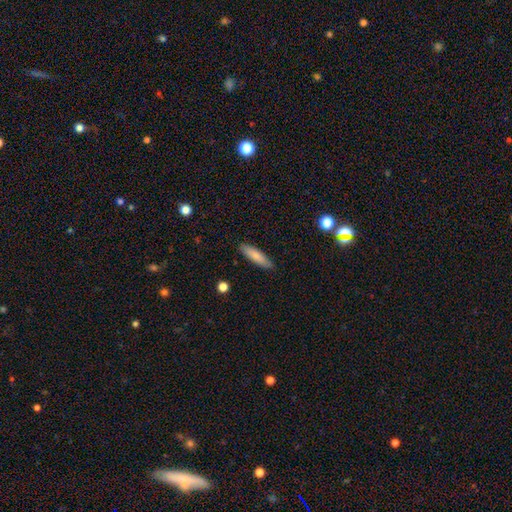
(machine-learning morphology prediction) A smooth galaxy with no disk features (80%) that is cigar-shaped (70%). Merging: none (89%).